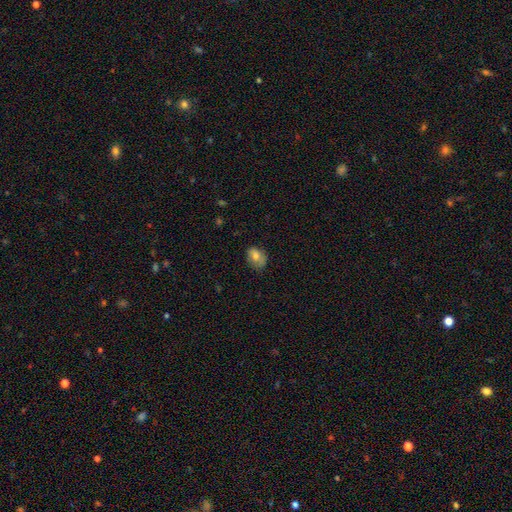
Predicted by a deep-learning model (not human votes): This appears to be a smooth galaxy with no disk features (72%) that is in between round and cigar-shaped (74%). Merging: none (61%).